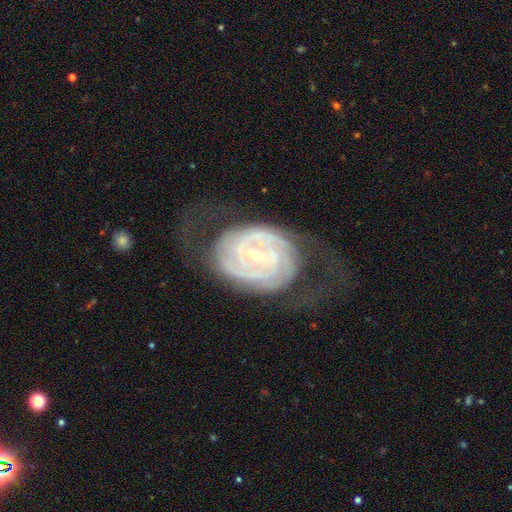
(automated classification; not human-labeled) smooth_or_featured: featured or disk (p=0.89) [alt: smooth p=0.06]
disk_edge_on: no (p=0.97) [alt: yes p=0.03]
bar: no (p=0.46) [alt: weak p=0.35]
has_spiral_arms: yes (p=0.97) [alt: no p=0.03]
spiral_winding: tight (p=0.72) [alt: medium p=0.22]
spiral_arm_count: 2 (p=0.58) [alt: can't tell p=0.17]
bulge_size: small (p=0.69) [alt: moderate p=0.27]
merging: none (p=0.61) [alt: minor disturbance p=0.19]